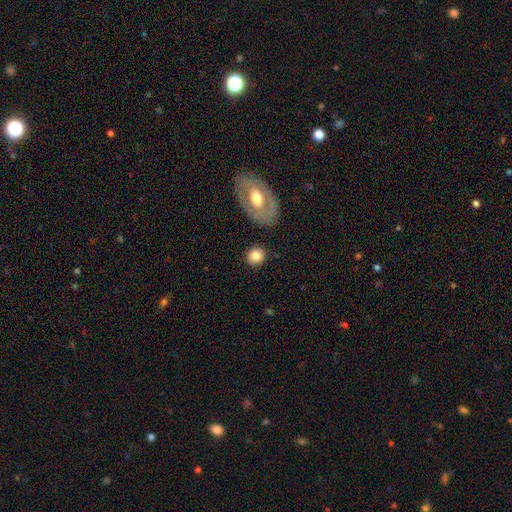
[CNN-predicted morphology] This is likely a smooth galaxy (79%). How rounded: likely round (77%). Merging: clearly none (84%).